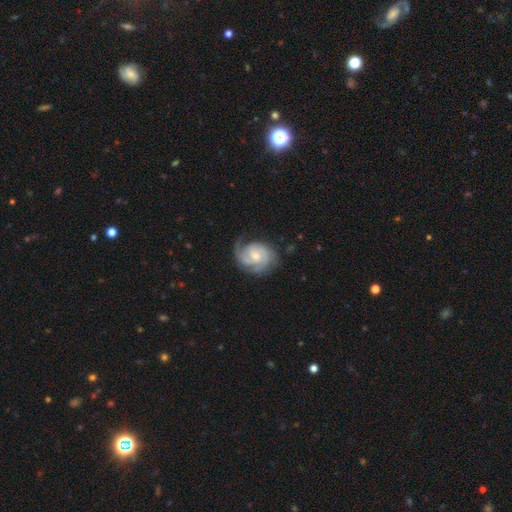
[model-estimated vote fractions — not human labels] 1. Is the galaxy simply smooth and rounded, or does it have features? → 83% featured or disk, 13% smooth, 5% star or artifact.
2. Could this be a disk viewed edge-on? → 98% no, 2% yes.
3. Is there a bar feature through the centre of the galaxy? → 64% no, 31% weak, 5% strong.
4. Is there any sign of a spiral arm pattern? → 96% yes, 4% no.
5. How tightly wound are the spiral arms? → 57% tight, 34% medium, 10% loose.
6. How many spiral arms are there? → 40% 2, 25% 3, 19% can't tell, 7% 1, 5% 4, 4% more than 4.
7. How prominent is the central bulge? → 49% moderate, 45% small, 3% large, 2% none, 1% dominant.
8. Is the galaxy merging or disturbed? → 66% none, 22% minor disturbance, 11% major disturbance, 1% merger.